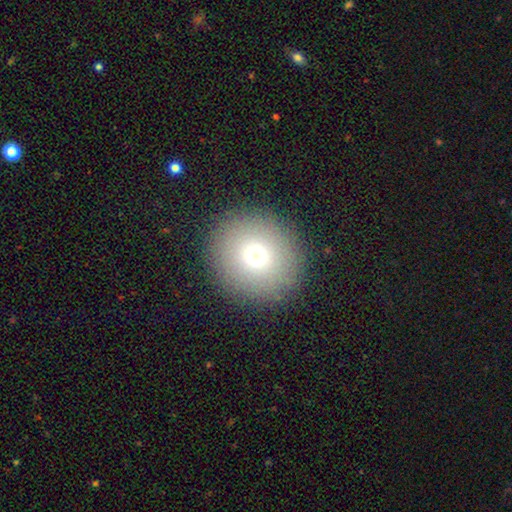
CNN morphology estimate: Q: Smooth or featured?
A: smooth (75%); runner-up: star or artifact (13%)
Q: How rounded?
A: round (91%); runner-up: in between (8%)
Q: Merging?
A: none (92%); runner-up: minor disturbance (5%)